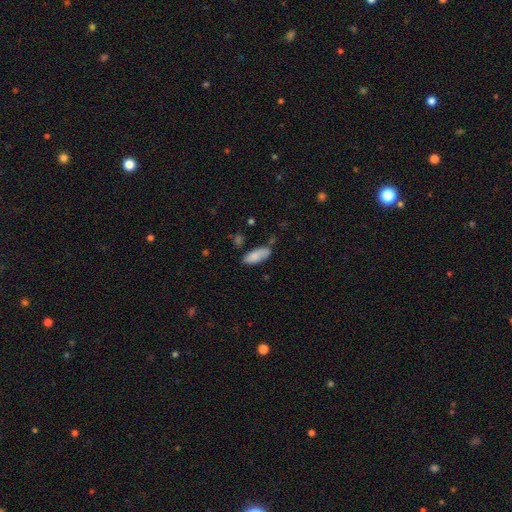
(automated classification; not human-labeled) The model was most divided on "merging": none: 65%, minor disturbance: 23%, merger: 6%, major disturbance: 6%. More confident: smooth or featured — smooth (84%); how rounded — in between (83%).